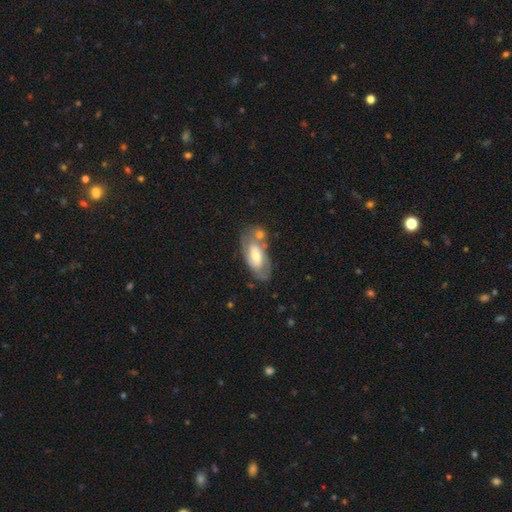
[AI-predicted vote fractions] Smooth or featured? Predicted: featured or disk (p=0.66). Edge-on disk? Predicted: no (p=0.91). Bar? Predicted: no (p=0.44). Spiral arms? Predicted: yes (p=0.74). Bulge size? Predicted: moderate (p=0.57). Merging? Predicted: none (p=0.54).